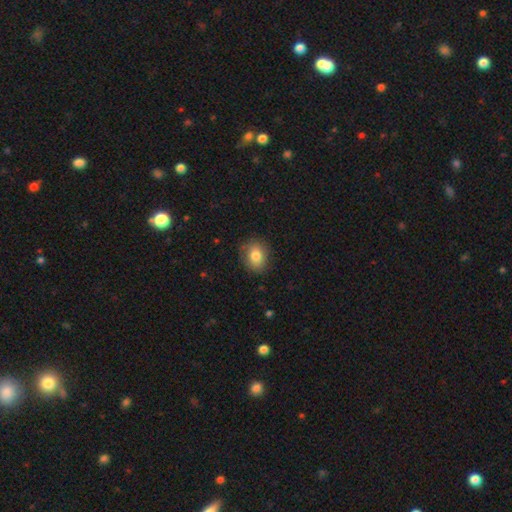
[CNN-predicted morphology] smooth-or-featured: smooth: 81% | featured or disk: 11% | star or artifact: 9%
  how-rounded: in between: 51% | round: 48% | cigar-shaped: 1%
  merging: none: 81% | minor disturbance: 14% | major disturbance: 3% | merger: 1%